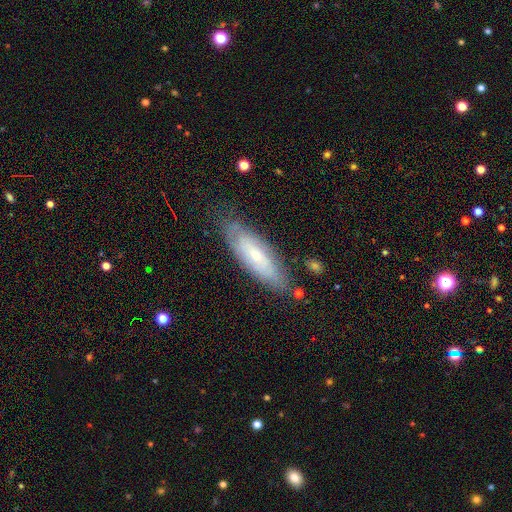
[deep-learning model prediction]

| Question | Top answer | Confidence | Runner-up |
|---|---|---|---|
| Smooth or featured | featured or disk | 50% | smooth (42%) |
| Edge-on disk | no | 71% | yes (29%) |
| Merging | none | 75% | minor disturbance (18%) |